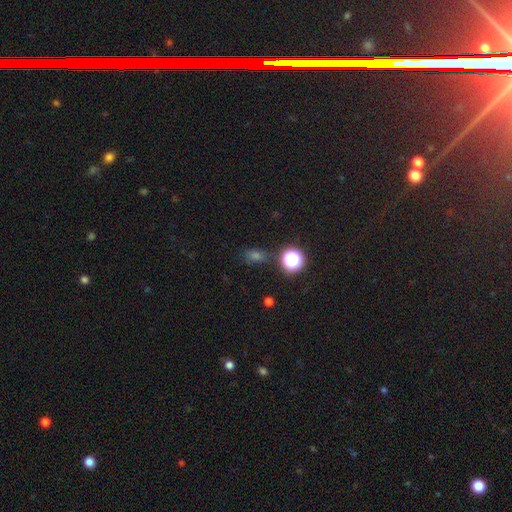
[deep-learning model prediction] Overall: smooth (49%; star or artifact 44%). Merging: none (80%).